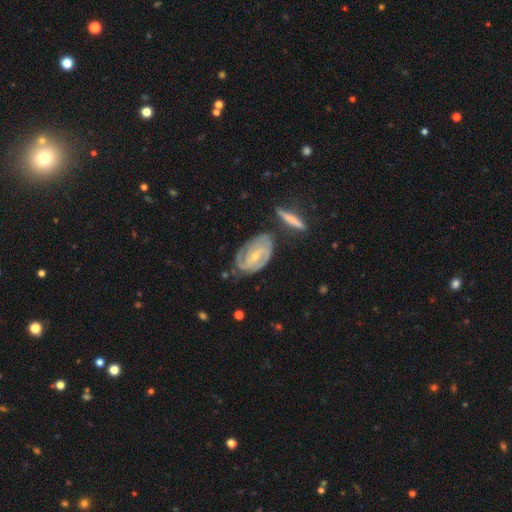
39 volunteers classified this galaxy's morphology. Overall: featured or disk (85%). Edge-on disk: no (94%). Bar: weak (55%; no 35%). Spiral arms: yes (100%). Spiral arm count: 3 (58%; 2 29%). Spiral winding: tight (55%; medium 42%). Bulge size: small (68%). Merging: none (50%; minor disturbance 28%).